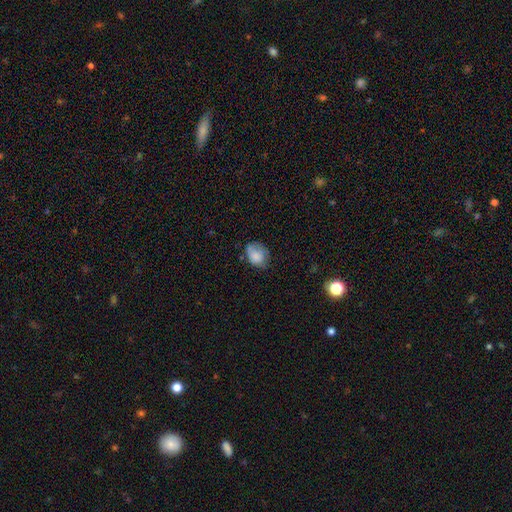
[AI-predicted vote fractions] Smooth or featured? Predicted: smooth (p=0.79). How rounded? Predicted: in between (p=0.57). Merging? Predicted: none (p=0.55).